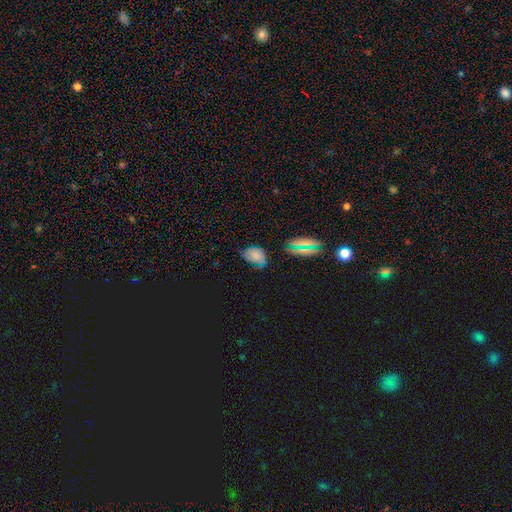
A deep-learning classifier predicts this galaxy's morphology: smooth-or-featured: smooth: 63% | star or artifact: 19% | featured or disk: 19%
  how-rounded: in between: 74% | round: 24% | cigar-shaped: 2%
  merging: none: 58% | minor disturbance: 30% | major disturbance: 9% | merger: 3%